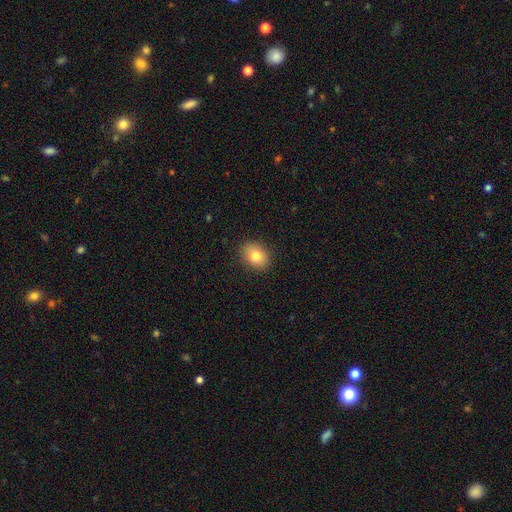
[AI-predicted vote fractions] This is clearly a smooth galaxy (80%). How rounded: possibly in between (50%). Merging: clearly none (89%).